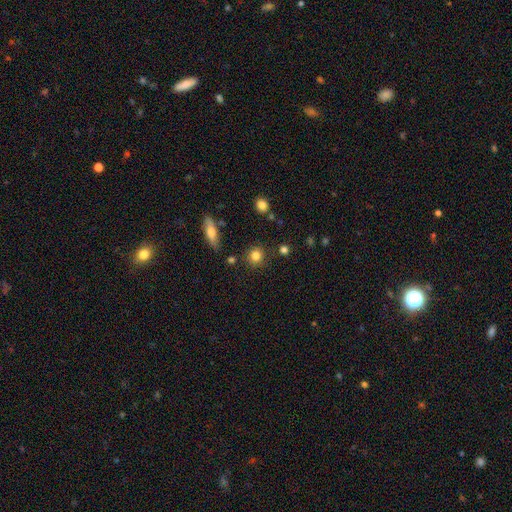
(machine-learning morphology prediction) smooth-or-featured: smooth: 82% | star or artifact: 10% | featured or disk: 7%
  how-rounded: round: 87% | in between: 11% | cigar-shaped: 2%
  merging: none: 86% | minor disturbance: 8% | merger: 4% | major disturbance: 3%